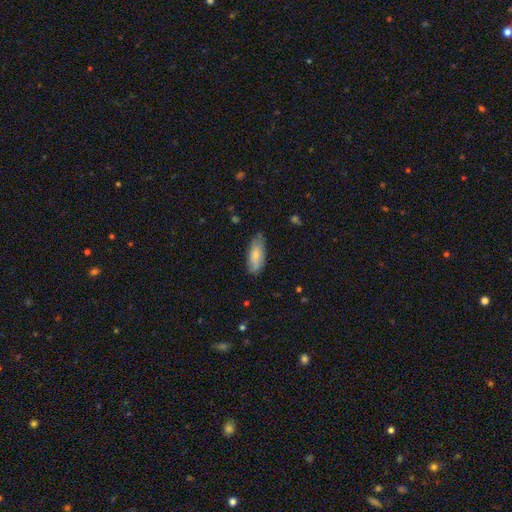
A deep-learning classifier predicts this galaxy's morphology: Smooth or featured: smooth — 75% (featured or disk — 19%)
How rounded: in between — 79% (cigar-shaped — 19%)
Merging: none — 72% (minor disturbance — 23%)